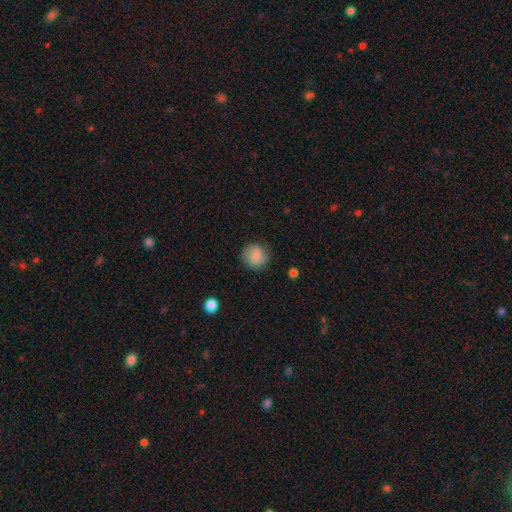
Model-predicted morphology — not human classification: Overall: smooth (76%). How rounded: round (85%). Merging: none (79%).